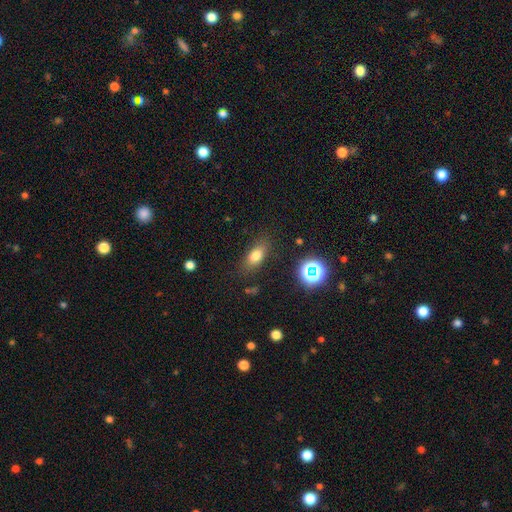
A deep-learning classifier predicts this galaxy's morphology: A smooth galaxy with no disk features (74%) that is in between round and cigar-shaped (77%).

Vote fractions:
- Smooth or featured? smooth: 74% / star or artifact: 13% / featured or disk: 13%
- How rounded? in between: 77% / cigar-shaped: 13% / round: 10%
- Merging? none: 81% / minor disturbance: 13% / major disturbance: 4% / merger: 2%